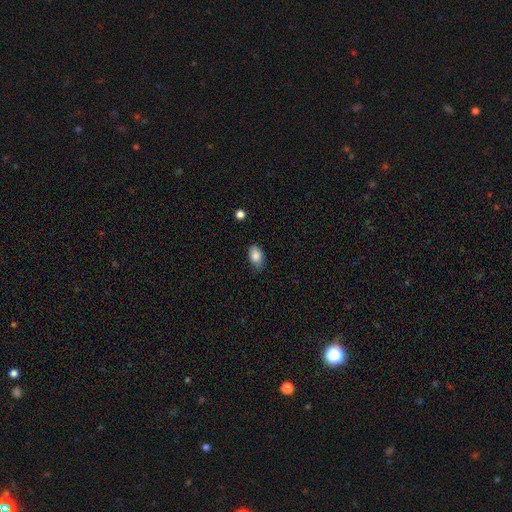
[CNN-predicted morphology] Q: Smooth or featured?
A: smooth (87%); runner-up: star or artifact (8%)
Q: How rounded?
A: in between (88%); runner-up: round (11%)
Q: Merging?
A: none (76%); runner-up: minor disturbance (20%)